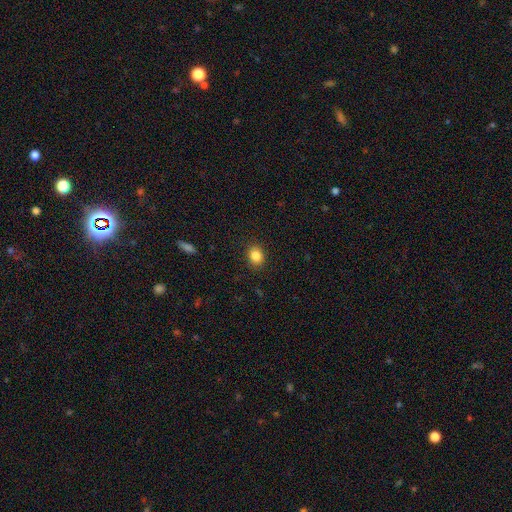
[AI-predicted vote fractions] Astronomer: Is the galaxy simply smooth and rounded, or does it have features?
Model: smooth — 86%.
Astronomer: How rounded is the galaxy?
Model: round — 55% (runner-up: in between, 44%).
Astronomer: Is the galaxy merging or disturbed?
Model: none — 89%.